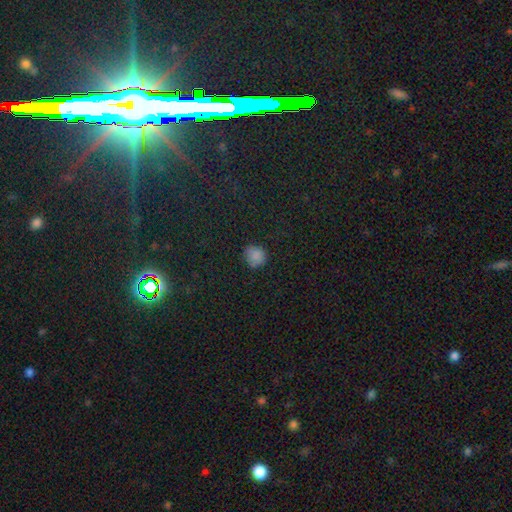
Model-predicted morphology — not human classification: Smooth or featured? smooth (81%)
How rounded? round (85%)
Merging? none (78%)